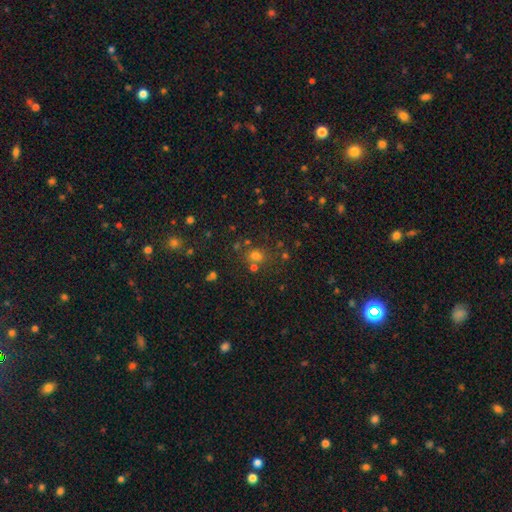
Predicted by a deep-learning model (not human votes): smooth_or_featured: smooth (p=0.58) [alt: star or artifact p=0.33]
how_rounded: round (p=0.71) [alt: in between p=0.28]
merging: none (p=0.64) [alt: merger p=0.21]